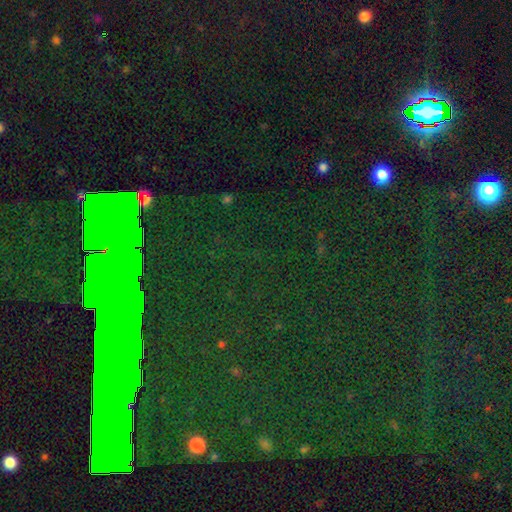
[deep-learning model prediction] This is likely a star or artifact rather than a galaxy (78%).